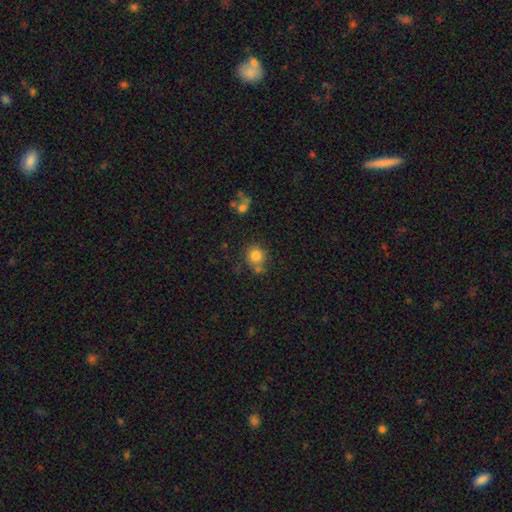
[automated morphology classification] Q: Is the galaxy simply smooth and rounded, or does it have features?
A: smooth — 81%.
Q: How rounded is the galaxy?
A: round — 85%.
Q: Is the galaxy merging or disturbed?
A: none — 63%.